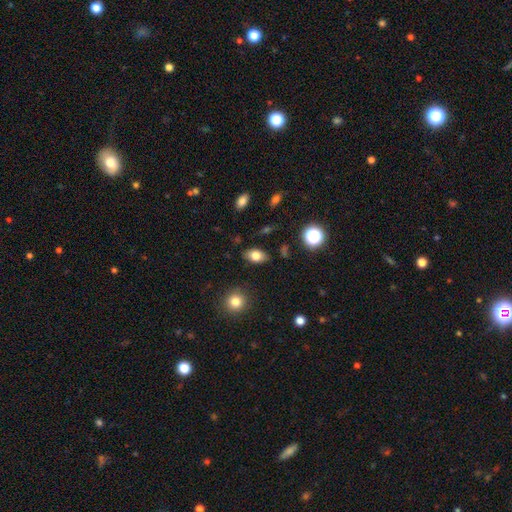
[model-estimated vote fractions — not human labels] The model was most divided on "smooth or featured": smooth: 76%, featured or disk: 14%, star or artifact: 10%. More confident: how rounded — in between (88%); merging — none (85%).